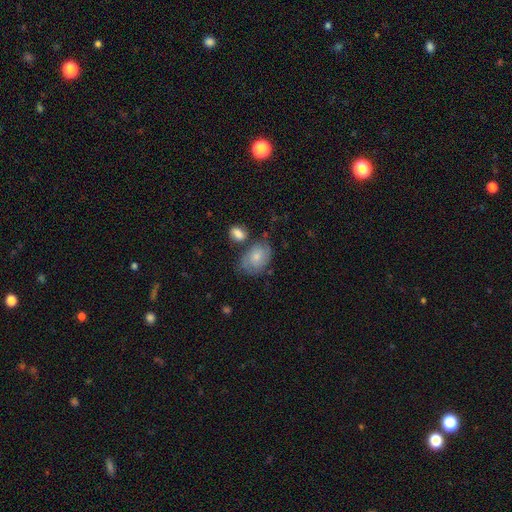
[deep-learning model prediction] smooth 56%, featured or disk 36%, star or artifact 8%. Down the decision tree: how rounded — in between (75%); merging — none (52%).